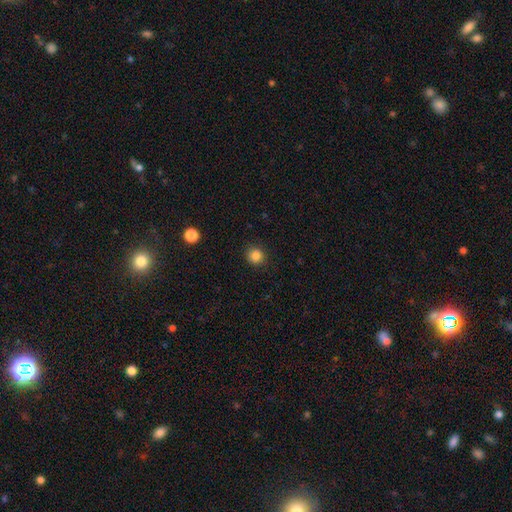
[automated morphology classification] smooth 85%, star or artifact 11%, featured or disk 4%. Down the decision tree: how rounded — round (91%); merging — none (90%).